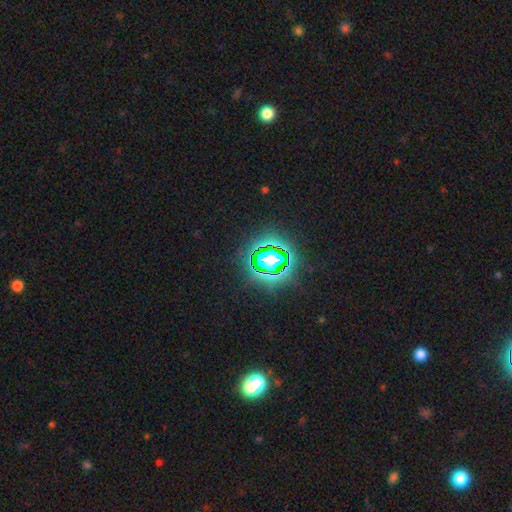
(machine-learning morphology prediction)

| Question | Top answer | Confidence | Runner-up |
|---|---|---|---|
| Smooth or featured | star or artifact | 84% | smooth (11%) |